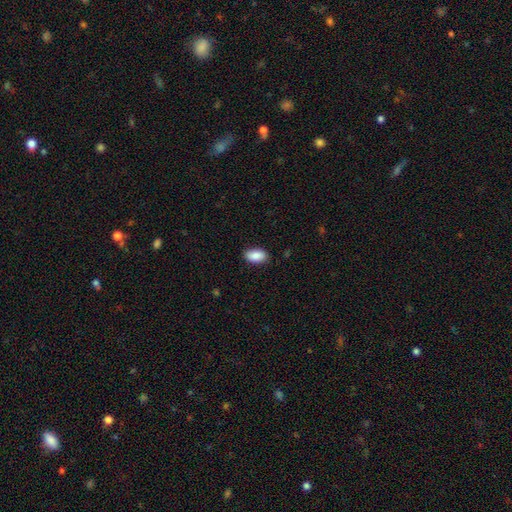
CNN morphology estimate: A smooth galaxy with no disk features (87%) that is in between round and cigar-shaped (93%).

Vote fractions:
- Smooth or featured? smooth: 87% / star or artifact: 7% / featured or disk: 6%
- How rounded? in between: 93% / round: 5% / cigar-shaped: 2%
- Merging? none: 87% / minor disturbance: 10% / major disturbance: 2% / merger: 1%